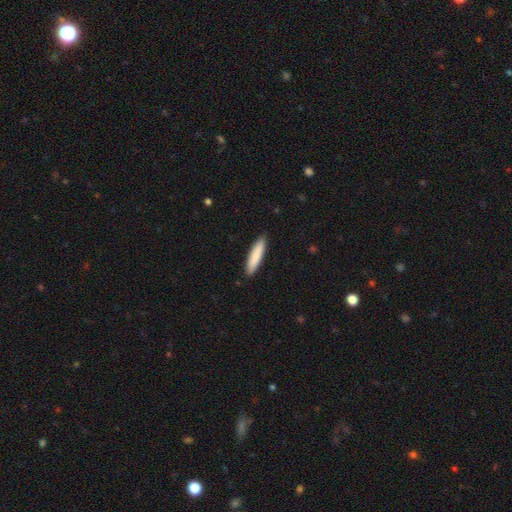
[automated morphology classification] smooth 84%, featured or disk 11%, star or artifact 5%. Down the decision tree: how rounded — cigar-shaped (84%); merging — none (90%).